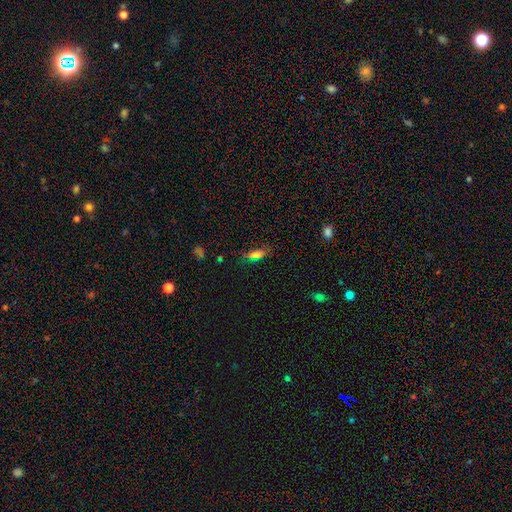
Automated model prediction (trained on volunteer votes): Q: Smooth or featured?
A: smooth (63%); runner-up: star or artifact (24%)
Q: How rounded?
A: in between (72%); runner-up: cigar-shaped (22%)
Q: Merging?
A: none (76%); runner-up: minor disturbance (17%)